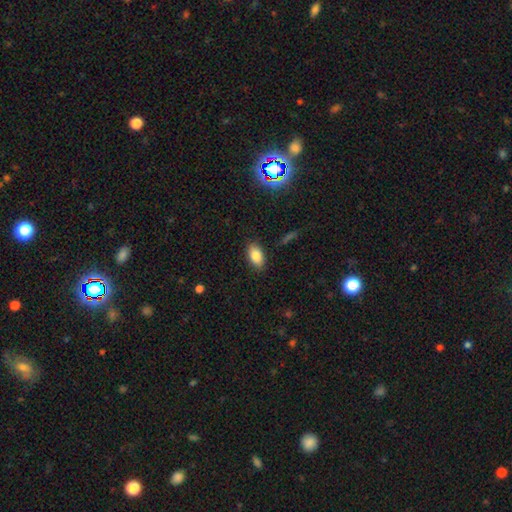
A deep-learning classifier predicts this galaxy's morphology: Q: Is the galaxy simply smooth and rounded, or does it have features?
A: smooth — 85%.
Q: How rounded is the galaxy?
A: in between — 92%.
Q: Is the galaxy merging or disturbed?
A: none — 87%.